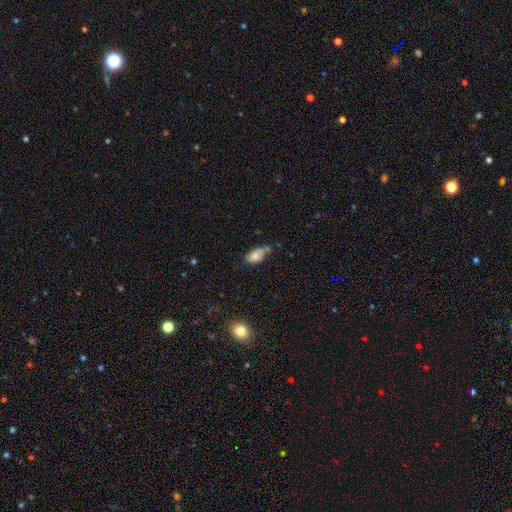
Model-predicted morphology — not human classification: Q: Smooth or featured?
A: smooth (74%); runner-up: featured or disk (17%)
Q: How rounded?
A: in between (91%); runner-up: round (7%)
Q: Merging?
A: none (45%); runner-up: minor disturbance (31%)